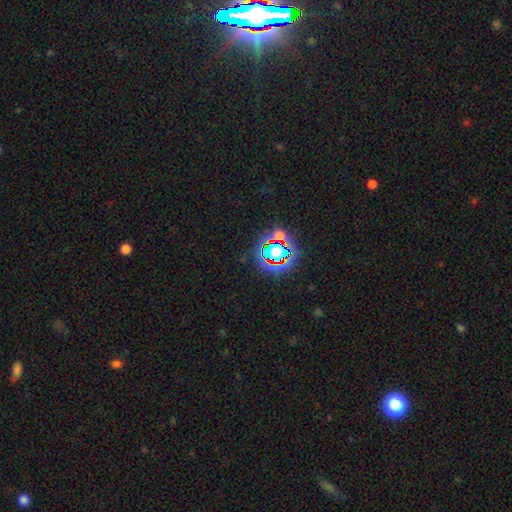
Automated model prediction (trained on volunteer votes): Overall: star or artifact (78%).